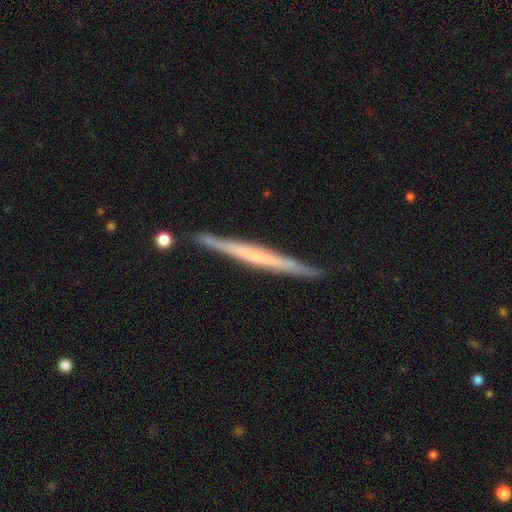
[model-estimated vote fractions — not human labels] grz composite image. It shows a featured or disk galaxy (64%) viewed edge-on (97%) with no central bulge (74%). Merging: none (88%).